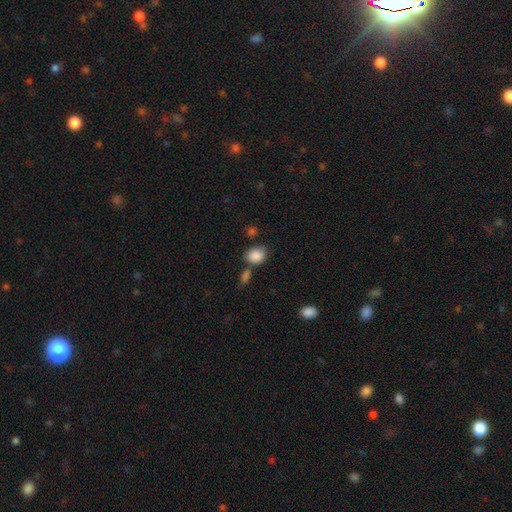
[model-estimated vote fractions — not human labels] Q: Smooth or featured?
A: smooth (87%); runner-up: star or artifact (8%)
Q: How rounded?
A: in between (50%); runner-up: round (49%)
Q: Merging?
A: none (64%); runner-up: minor disturbance (15%)